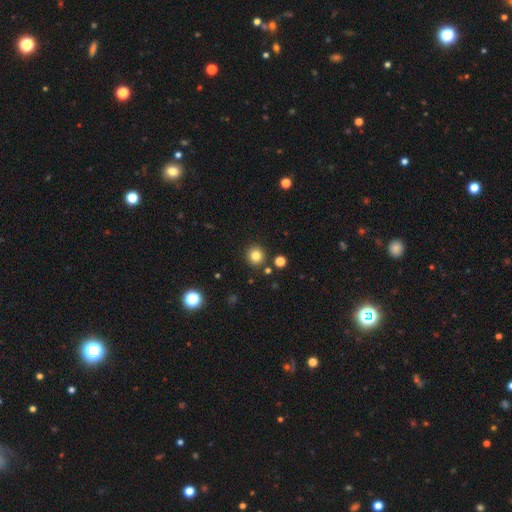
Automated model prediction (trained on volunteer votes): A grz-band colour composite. It shows a smooth galaxy with no disk features (81%) that is round (93%). Merging: none (89%).